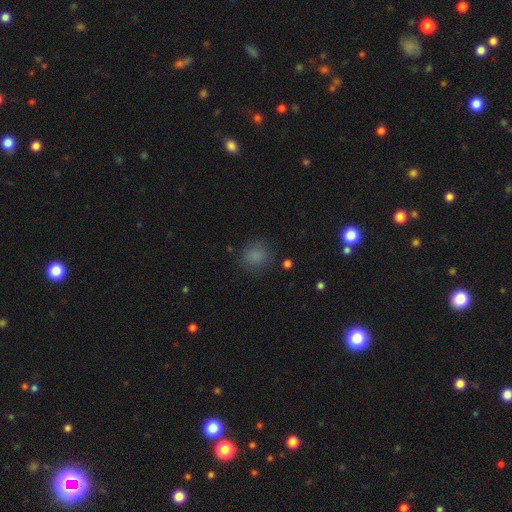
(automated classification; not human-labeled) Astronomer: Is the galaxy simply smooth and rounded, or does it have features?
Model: smooth — 82%.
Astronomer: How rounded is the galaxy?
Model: round — 84%.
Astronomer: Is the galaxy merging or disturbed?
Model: none — 79%.